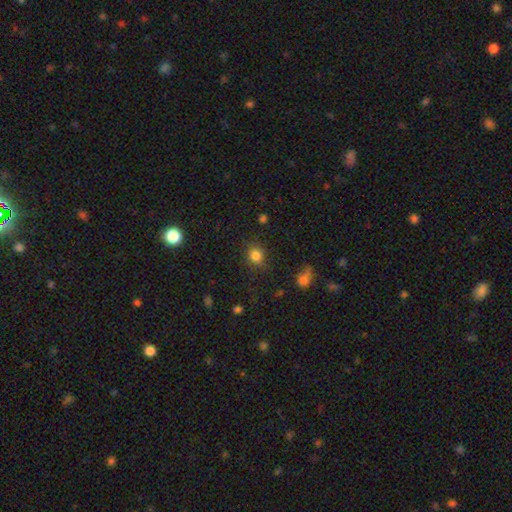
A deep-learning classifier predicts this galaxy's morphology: Smooth or featured: smooth — 82% (star or artifact — 13%)
How rounded: round — 74% (in between — 25%)
Merging: none — 81% (minor disturbance — 12%)